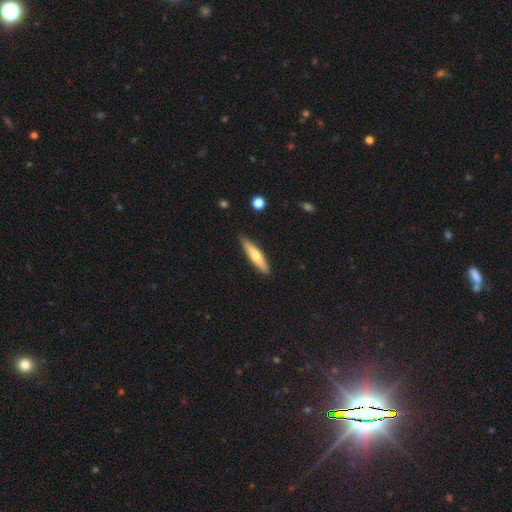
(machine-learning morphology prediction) Smooth or featured?
  - smooth: 59% *
  - featured or disk: 35%
  - star or artifact: 6%
How rounded?
  - cigar-shaped: 81% *
  - in between: 17%
  - round: 2%
Merging?
  - none: 86% *
  - minor disturbance: 11%
  - major disturbance: 2%
  - merger: 1%